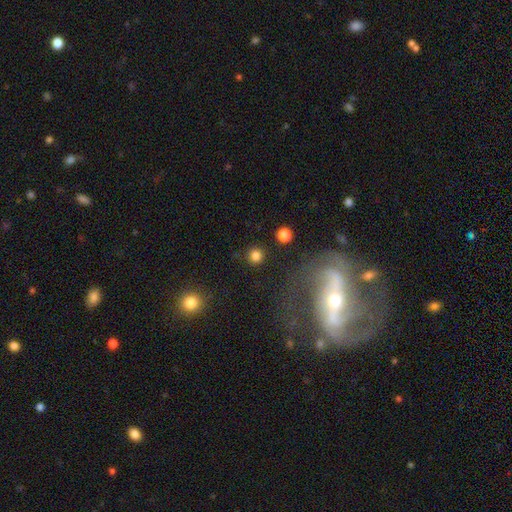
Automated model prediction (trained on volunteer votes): Smooth or featured?
  - smooth: 81% *
  - star or artifact: 14%
  - featured or disk: 5%
How rounded?
  - round: 94% *
  - in between: 5%
  - cigar-shaped: 1%
Merging?
  - none: 89% *
  - minor disturbance: 6%
  - merger: 3%
  - major disturbance: 3%